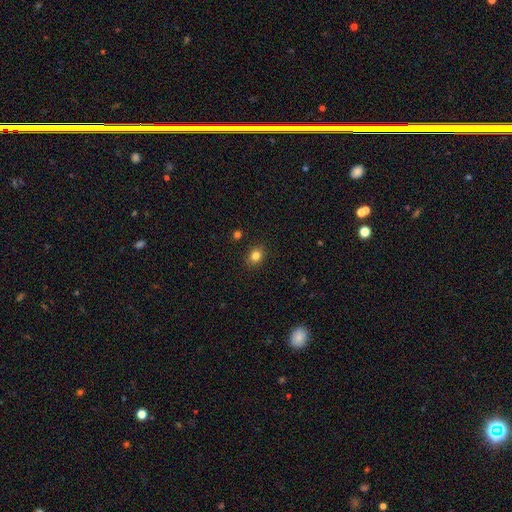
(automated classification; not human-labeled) A smooth galaxy with no disk features (82%) that is round (51%). Merging: none (88%).